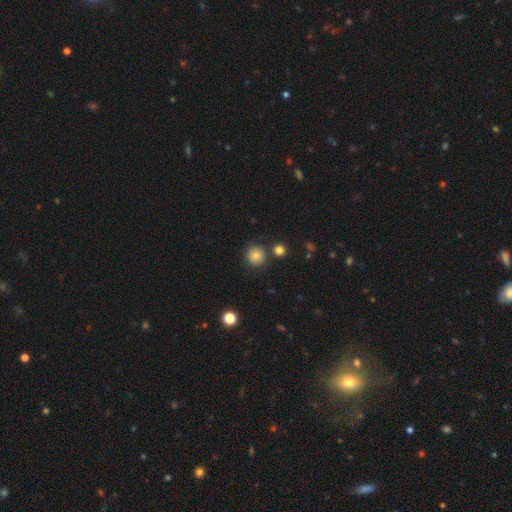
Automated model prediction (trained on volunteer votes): Smooth or featured? Predicted: smooth (p=0.83). How rounded? Predicted: round (p=0.93). Merging? Predicted: none (p=0.81).